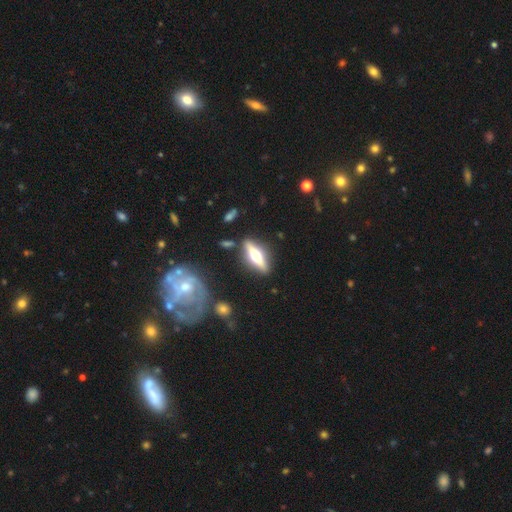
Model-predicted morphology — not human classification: Smooth or featured: featured or disk — 61% (smooth — 33%)
Edge-on disk: yes — 91% (no — 9%)
Edge-on bulge: rounded — 93% (boxy — 4%)
Merging: none — 82% (minor disturbance — 10%)